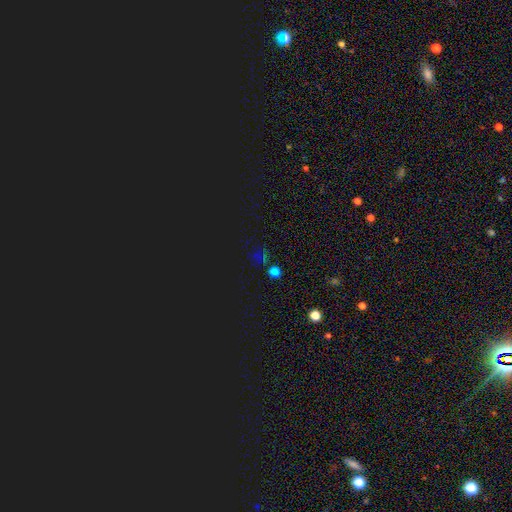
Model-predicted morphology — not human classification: Smooth or featured?
  - star or artifact: 68% *
  - smooth: 26%
  - featured or disk: 6%